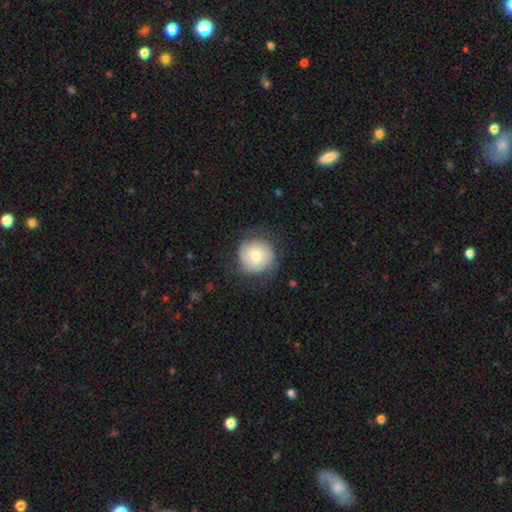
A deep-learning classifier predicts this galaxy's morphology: smooth_or_featured: smooth (p=0.58) [alt: featured or disk p=0.35]
how_rounded: round (p=0.92) [alt: in between p=0.07]
merging: none (p=0.72) [alt: minor disturbance p=0.18]